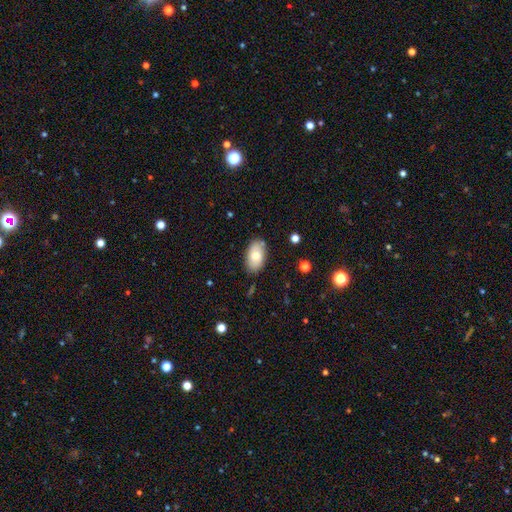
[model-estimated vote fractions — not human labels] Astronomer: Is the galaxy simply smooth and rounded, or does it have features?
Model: smooth — 76%.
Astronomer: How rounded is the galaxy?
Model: in between — 93%.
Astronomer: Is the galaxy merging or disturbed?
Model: none — 80%.